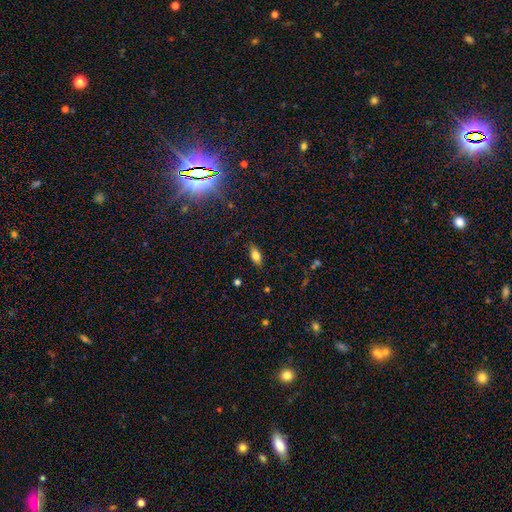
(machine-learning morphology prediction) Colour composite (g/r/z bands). It shows a smooth galaxy with no disk features (70%) that is in between round and cigar-shaped (80%). Merging: none (85%).